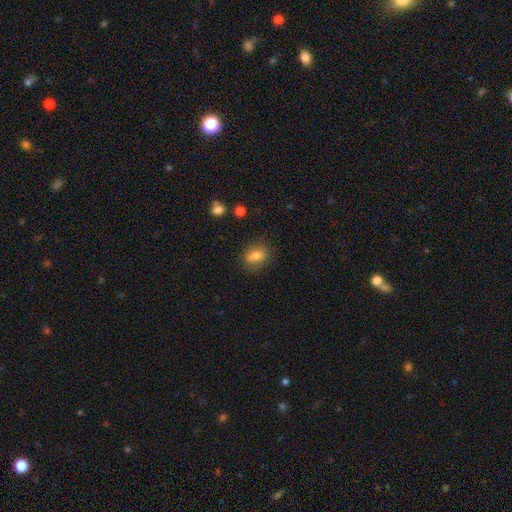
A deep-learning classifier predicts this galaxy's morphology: The model was most divided on "how rounded": in between: 67%, round: 30%, cigar-shaped: 3%. More confident: smooth or featured — smooth (78%); merging — none (68%).